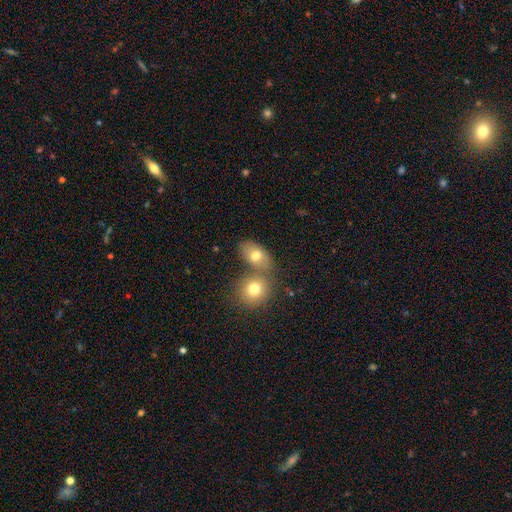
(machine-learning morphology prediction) type=smooth (74%); roundness=in between (72%); merging=none (45%).